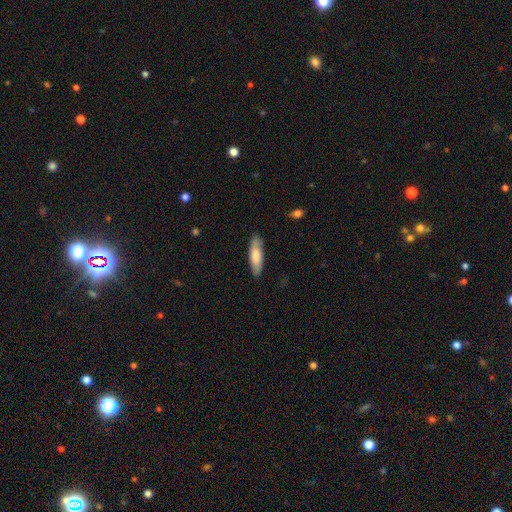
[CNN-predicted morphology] Smooth or featured: smooth — 77% (featured or disk — 17%)
How rounded: cigar-shaped — 55% (in between — 43%)
Merging: none — 84% (minor disturbance — 12%)